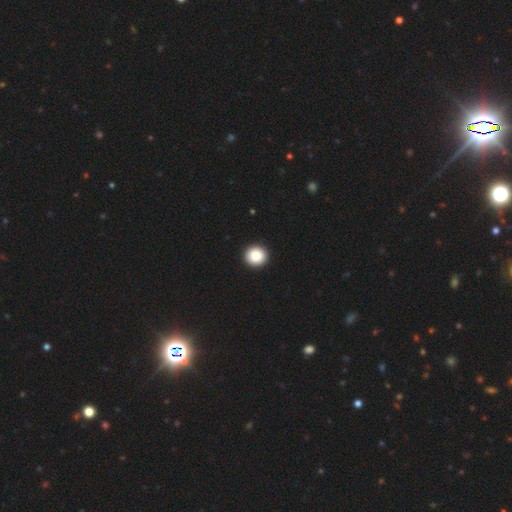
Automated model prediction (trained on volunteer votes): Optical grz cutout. It shows a smooth galaxy with no disk features (87%) that is round (92%). Merging: none (94%).